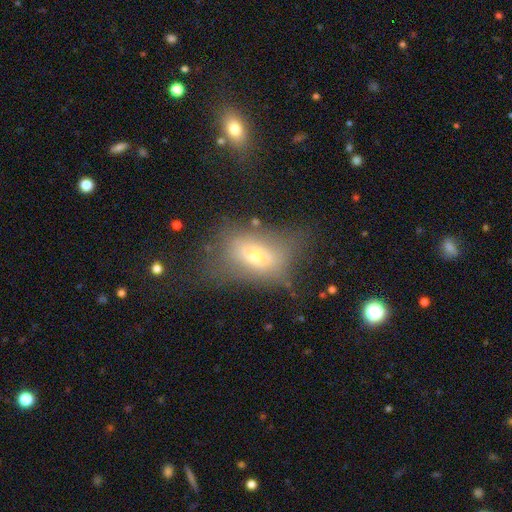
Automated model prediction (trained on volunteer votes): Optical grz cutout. It shows a smooth galaxy with no disk features (55%) that is in between round and cigar-shaped (74%). Merging: none (45%).